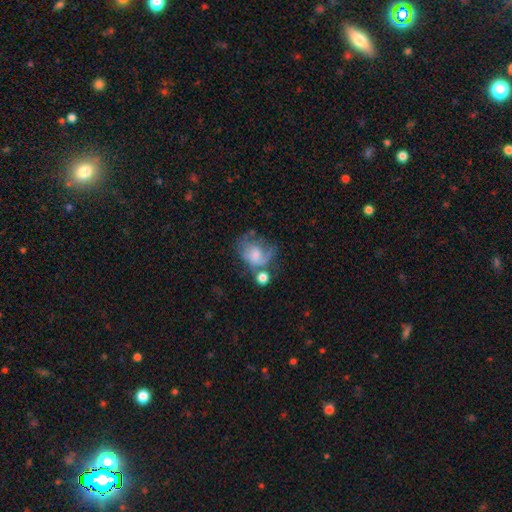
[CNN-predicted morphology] Smooth or featured? Predicted: featured or disk (p=0.47). Merging? Predicted: major disturbance (p=0.29).